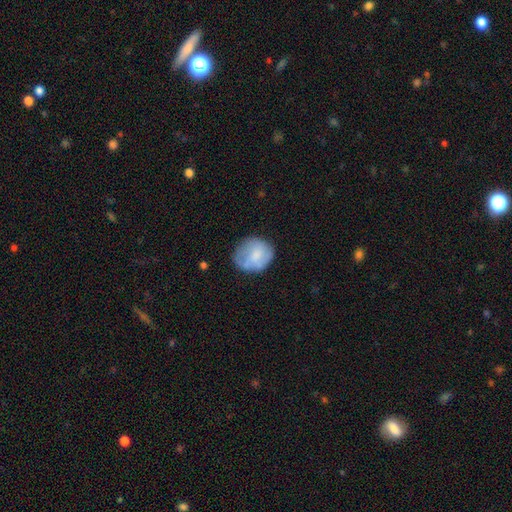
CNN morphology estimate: A smooth galaxy with no disk features (62%) that is round (72%). Merging: none (61%).